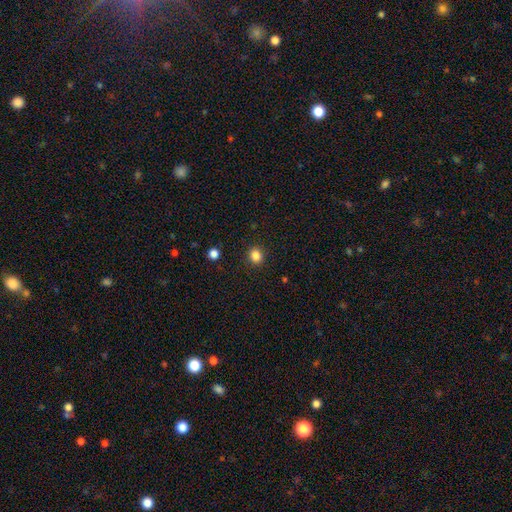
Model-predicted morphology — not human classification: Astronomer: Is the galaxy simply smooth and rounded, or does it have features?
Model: smooth — 84%.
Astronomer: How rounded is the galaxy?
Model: round — 75%.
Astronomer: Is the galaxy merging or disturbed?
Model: none — 91%.